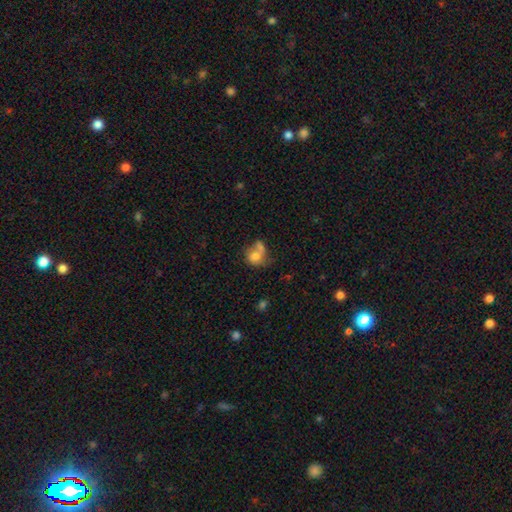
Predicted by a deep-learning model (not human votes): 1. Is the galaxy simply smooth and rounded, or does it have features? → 69% smooth, 21% featured or disk, 10% star or artifact.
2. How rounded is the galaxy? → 59% round, 39% in between, 1% cigar-shaped.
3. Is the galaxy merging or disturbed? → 45% merger, 26% none, 14% minor disturbance, 14% major disturbance.